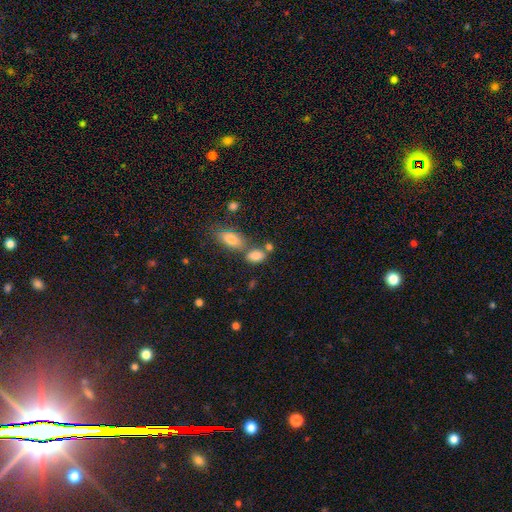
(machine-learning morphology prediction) Smooth or featured? Predicted: smooth (p=0.83). How rounded? Predicted: in between (p=0.83). Merging? Predicted: none (p=0.53).